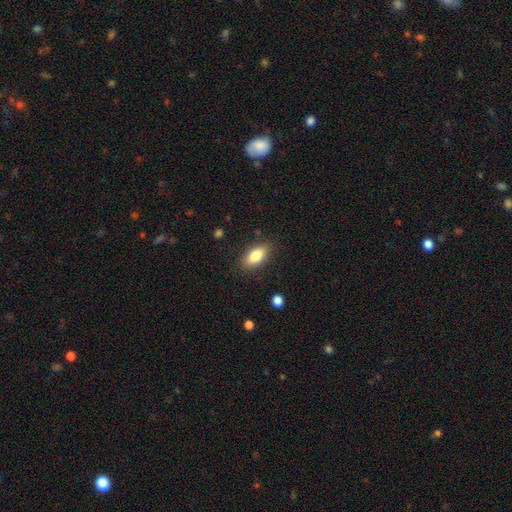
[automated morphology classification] Smooth or featured: smooth — 82% (featured or disk — 11%)
How rounded: in between — 84% (cigar-shaped — 12%)
Merging: none — 85% (minor disturbance — 11%)